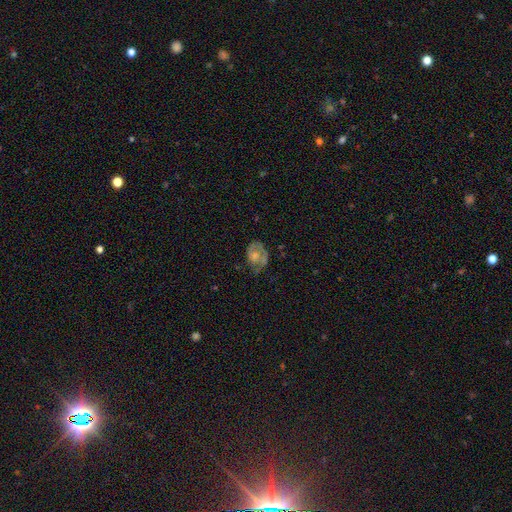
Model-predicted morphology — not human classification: This appears to be a featured or disk galaxy (60%) with no bar (80%), spiral arms (69%) and a moderate central bulge (47%). Merging: none (40%).